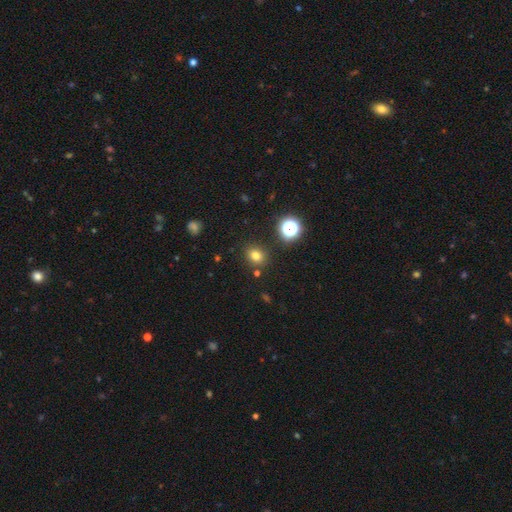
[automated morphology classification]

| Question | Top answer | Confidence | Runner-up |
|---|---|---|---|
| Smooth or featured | smooth | 76% | star or artifact (18%) |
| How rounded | round | 69% | in between (30%) |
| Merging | none | 85% | minor disturbance (9%) |